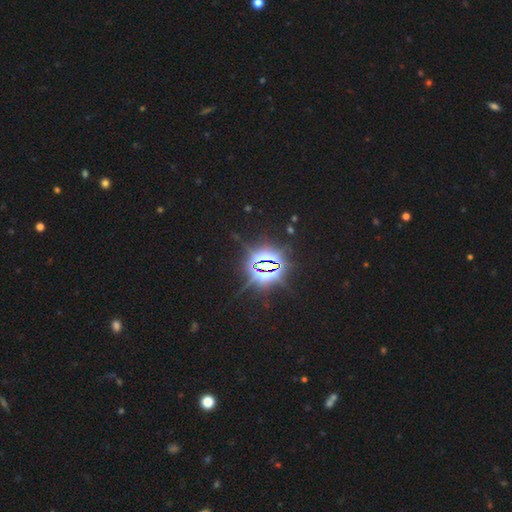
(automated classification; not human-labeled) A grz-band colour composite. It shows a star or artifact, not a galaxy (85%).